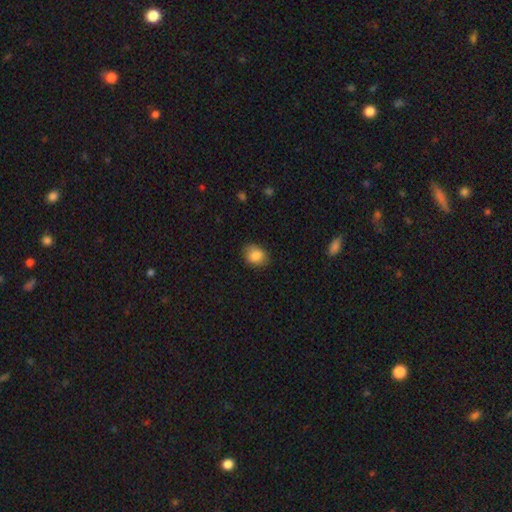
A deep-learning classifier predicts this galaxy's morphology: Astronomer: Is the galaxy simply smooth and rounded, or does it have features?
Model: smooth — 85%.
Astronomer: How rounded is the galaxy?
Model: in between — 55% (runner-up: round, 44%).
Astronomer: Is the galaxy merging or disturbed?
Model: none — 82%.